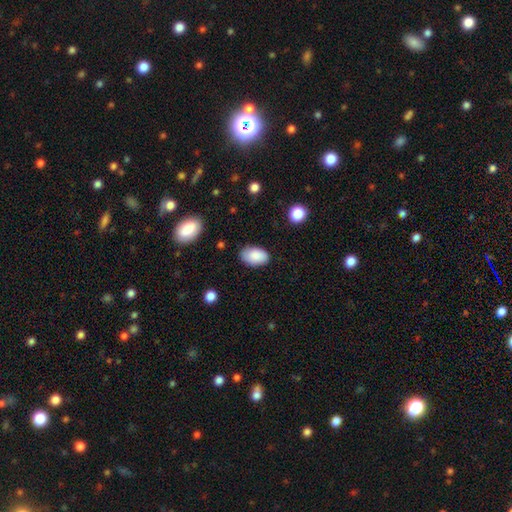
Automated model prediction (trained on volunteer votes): A smooth galaxy with no disk features (86%) that is in between round and cigar-shaped (93%). Merging: none (79%).